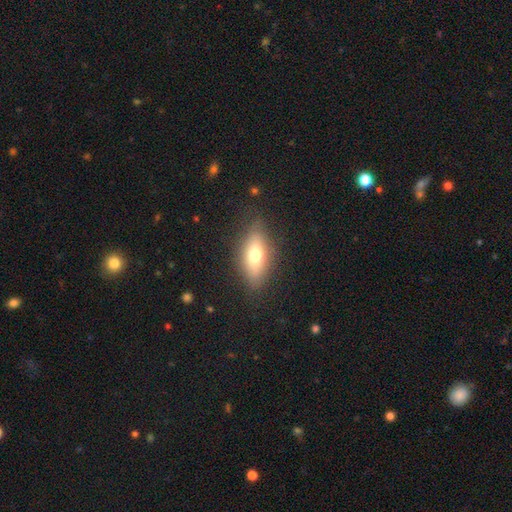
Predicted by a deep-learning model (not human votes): Smooth or featured: smooth — 66% (featured or disk — 25%)
How rounded: in between — 77% (cigar-shaped — 18%)
Merging: none — 79% (minor disturbance — 15%)